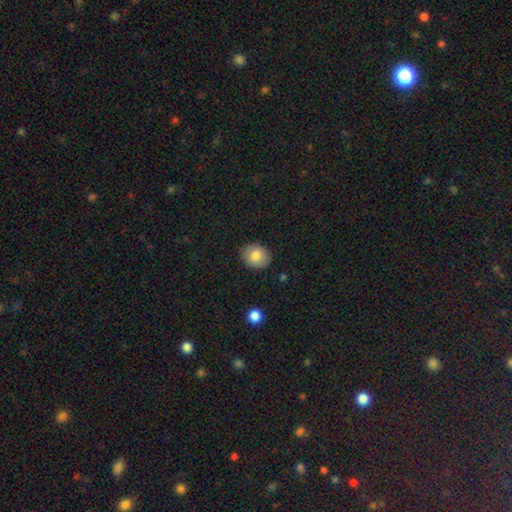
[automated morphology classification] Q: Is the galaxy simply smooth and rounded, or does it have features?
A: smooth — 82%.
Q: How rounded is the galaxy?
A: round — 58%.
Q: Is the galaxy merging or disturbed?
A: none — 87%.